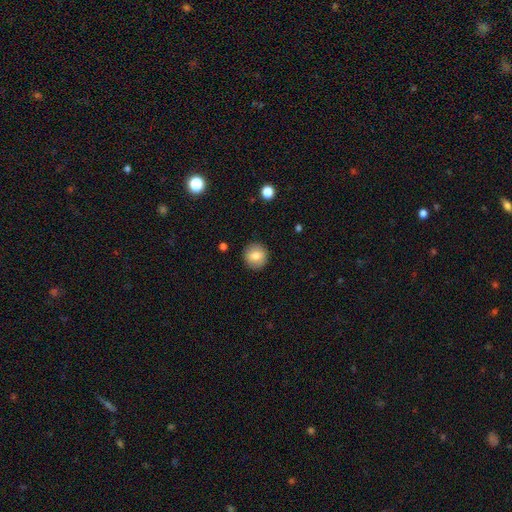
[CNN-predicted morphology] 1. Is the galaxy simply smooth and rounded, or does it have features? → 79% smooth, 12% featured or disk, 8% star or artifact.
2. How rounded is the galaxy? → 93% round, 6% in between, 1% cigar-shaped.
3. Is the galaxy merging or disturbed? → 91% none, 6% minor disturbance, 2% major disturbance, 1% merger.